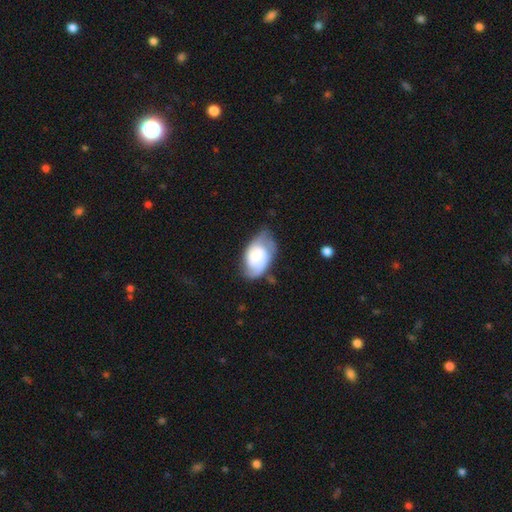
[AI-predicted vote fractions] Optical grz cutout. It shows a featured or disk galaxy (58%) with no bar (66%), spiral arms (84%) and a small central bulge (38%). Merging: none (46%).